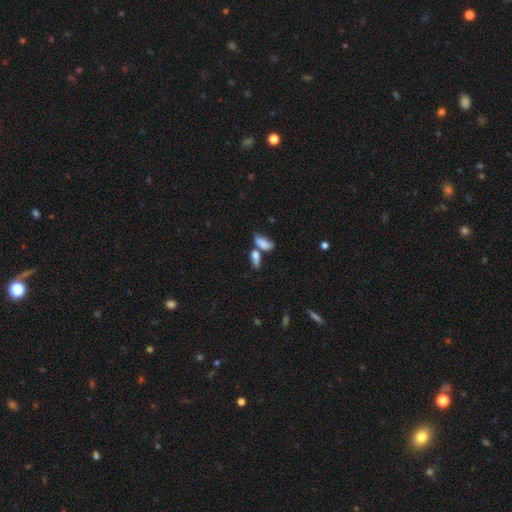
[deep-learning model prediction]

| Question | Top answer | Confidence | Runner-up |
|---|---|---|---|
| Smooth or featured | smooth | 76% | featured or disk (15%) |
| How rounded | in between | 75% | cigar-shaped (18%) |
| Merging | merger | 44% | none (34%) |